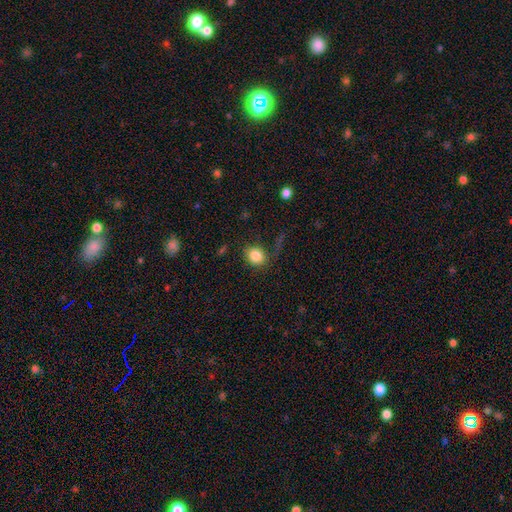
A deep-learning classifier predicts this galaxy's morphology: Smooth or featured?
  - smooth: 84% *
  - star or artifact: 10%
  - featured or disk: 6%
How rounded?
  - round: 65% *
  - in between: 34%
  - cigar-shaped: 1%
Merging?
  - none: 77% *
  - minor disturbance: 13%
  - major disturbance: 8%
  - merger: 2%